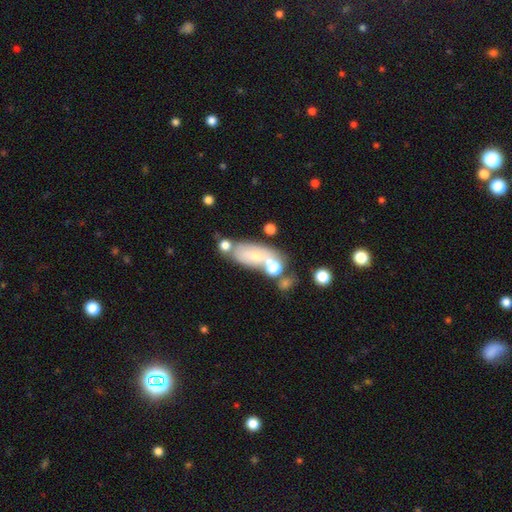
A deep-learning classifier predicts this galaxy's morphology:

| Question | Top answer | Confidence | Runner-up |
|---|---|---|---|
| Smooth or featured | smooth | 46% | featured or disk (44%) |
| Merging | merger | 36% | none (34%) |